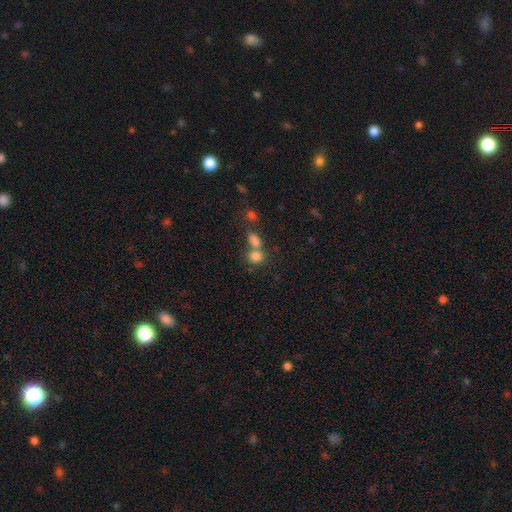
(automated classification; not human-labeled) This is clearly a smooth galaxy (80%). How rounded: possibly round (57%). Merging: possibly merger (47%).